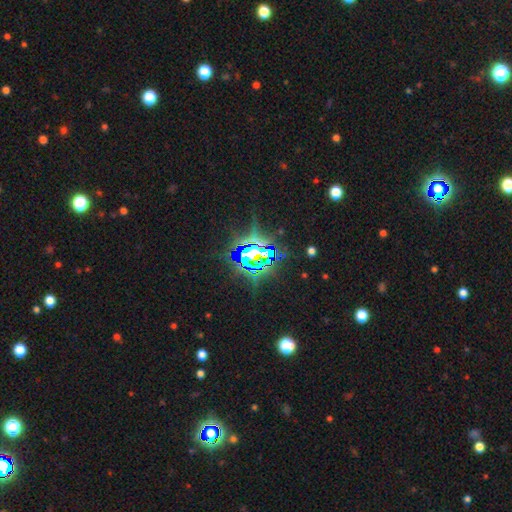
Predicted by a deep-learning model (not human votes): Smooth or featured? star or artifact (79%)